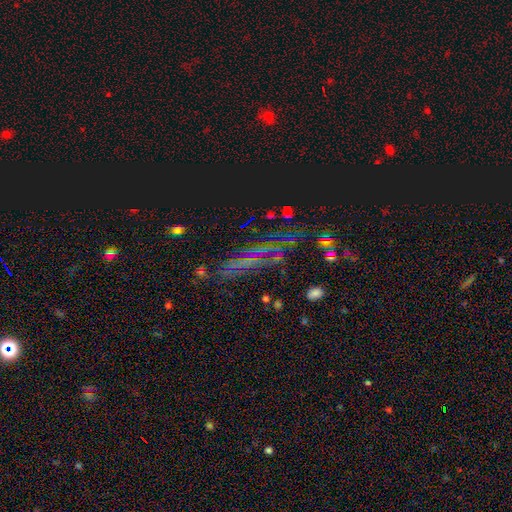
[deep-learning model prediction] The model was most divided on "smooth or featured": star or artifact: 38%, featured or disk: 31%, smooth: 31%.